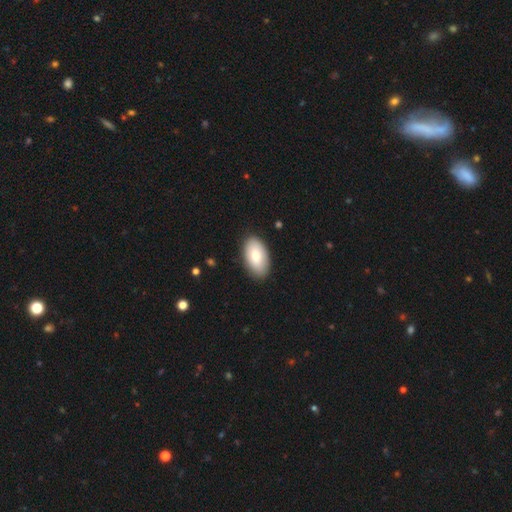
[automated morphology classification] Smooth or featured? smooth (80%)
How rounded? in between (95%)
Merging? none (88%)